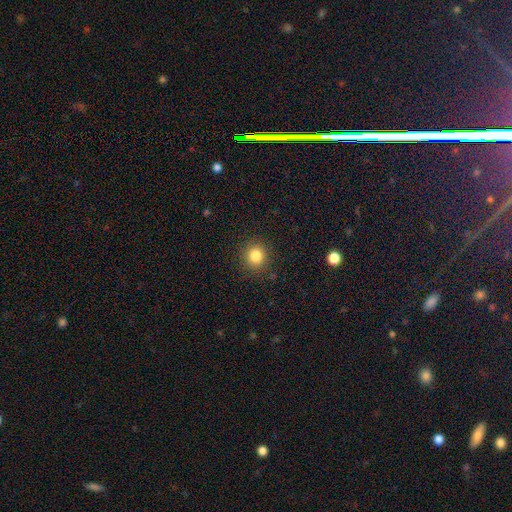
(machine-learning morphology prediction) Smooth or featured?
  - smooth: 83% *
  - star or artifact: 11%
  - featured or disk: 5%
How rounded?
  - round: 89% *
  - in between: 10%
  - cigar-shaped: 1%
Merging?
  - none: 90% *
  - minor disturbance: 7%
  - major disturbance: 2%
  - merger: 1%